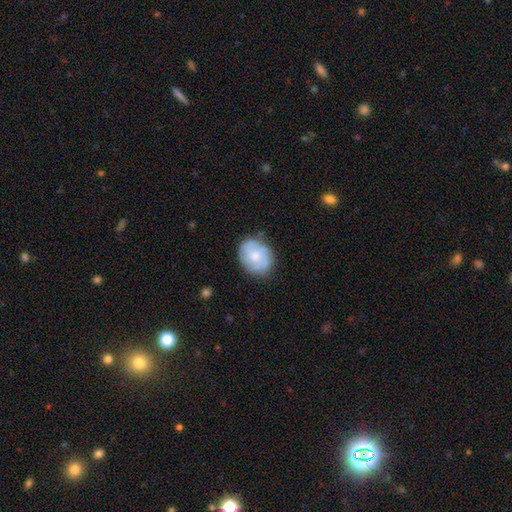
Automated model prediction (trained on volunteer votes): This appears to be a smooth galaxy with no disk features (50%). Merging: none (74%).